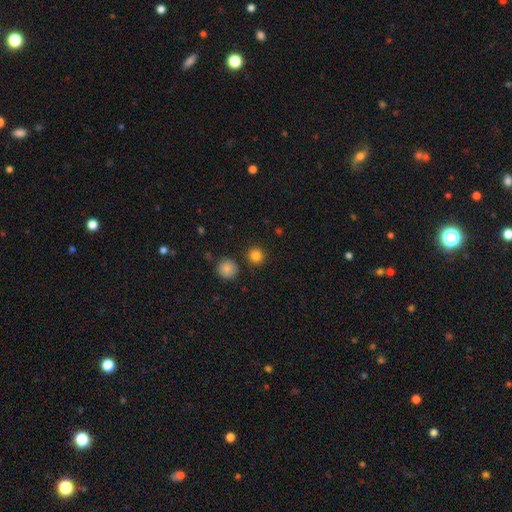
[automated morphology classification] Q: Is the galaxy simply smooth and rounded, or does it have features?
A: smooth — 83%.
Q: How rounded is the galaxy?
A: round — 93%.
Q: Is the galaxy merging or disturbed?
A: none — 88%.